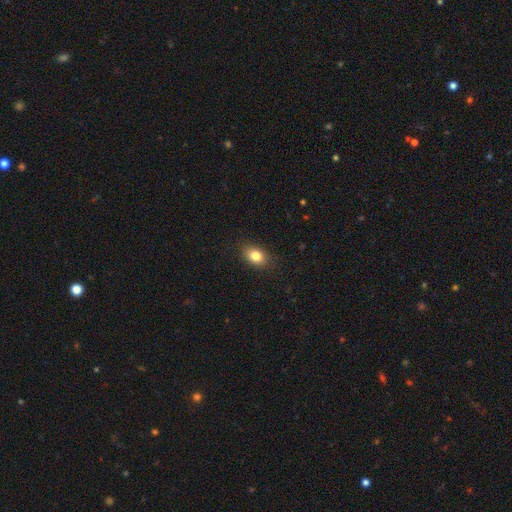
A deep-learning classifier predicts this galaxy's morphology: Overall: smooth (83%). How rounded: in between (74%). Merging: none (85%).